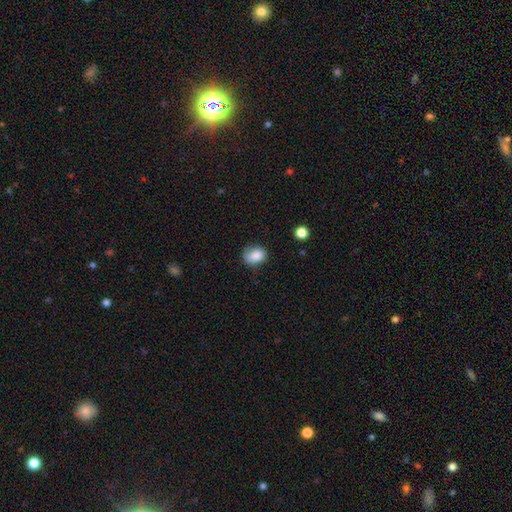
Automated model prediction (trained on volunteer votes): smooth 84%, star or artifact 9%, featured or disk 7%. Down the decision tree: how rounded — in between (53%); merging — none (63%).